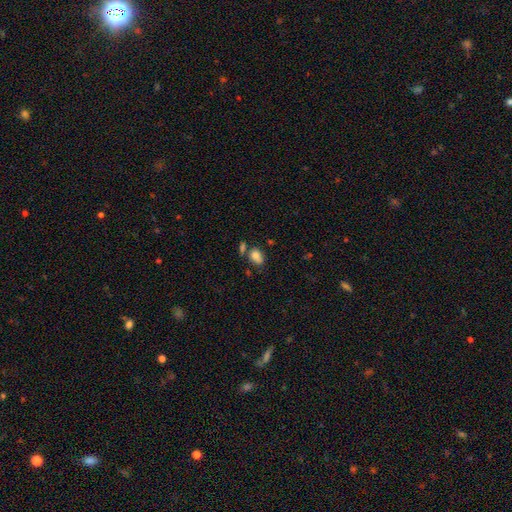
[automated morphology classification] Smooth or featured?
  - smooth: 80% *
  - star or artifact: 10%
  - featured or disk: 10%
How rounded?
  - in between: 79% *
  - round: 19%
  - cigar-shaped: 2%
Merging?
  - none: 58% *
  - merger: 19%
  - minor disturbance: 17%
  - major disturbance: 6%